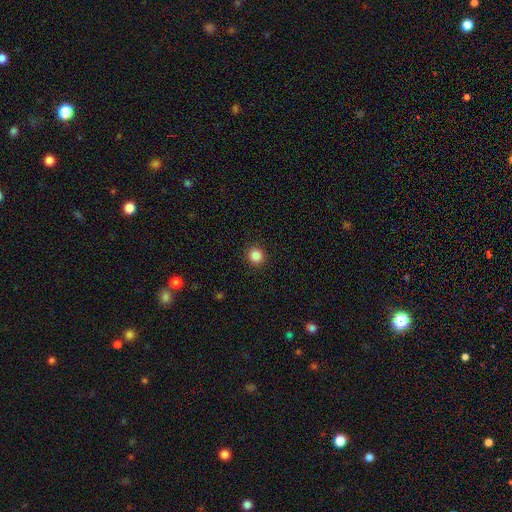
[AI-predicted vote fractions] The model was most divided on "smooth or featured": smooth: 86%, star or artifact: 10%, featured or disk: 3%. More confident: merging — none (92%); how rounded — round (92%).